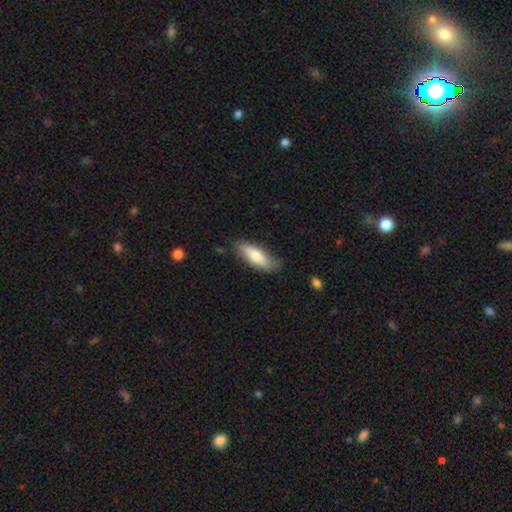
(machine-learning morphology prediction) Overall: smooth (70%). How rounded: in between (61%; cigar-shaped 37%). Merging: none (72%).